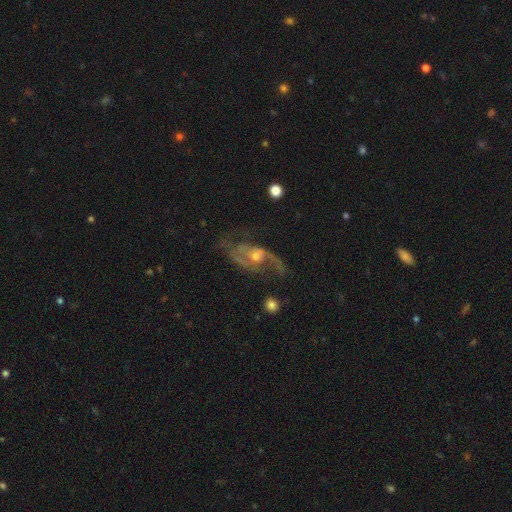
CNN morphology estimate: Smooth or featured: featured or disk — 85% (smooth — 8%)
Edge-on disk: no — 94% (yes — 6%)
Bar: no — 62% (weak — 30%)
Spiral arms: yes — 91% (no — 9%)
Spiral winding: loose — 51% (medium — 37%)
Spiral arm count: 2 — 80% (can't tell — 7%)
Bulge size: small — 49% (moderate — 46%)
Merging: none — 51% (major disturbance — 25%)